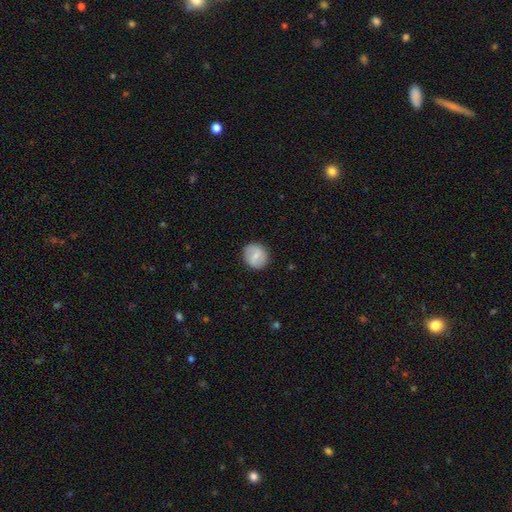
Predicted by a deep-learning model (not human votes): The model was most divided on "smooth or featured": smooth: 59%, featured or disk: 35%, star or artifact: 7%. More confident: merging — none (86%); how rounded — round (81%).